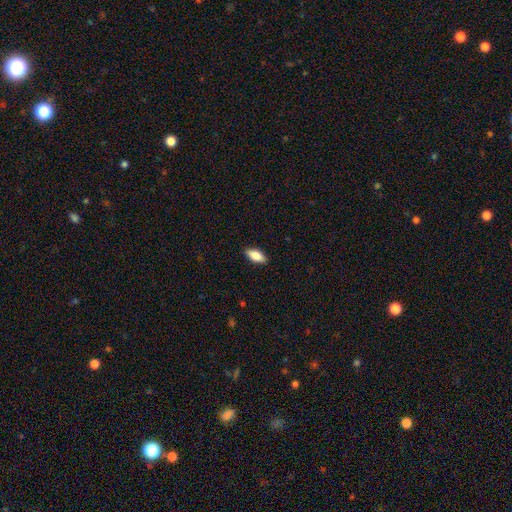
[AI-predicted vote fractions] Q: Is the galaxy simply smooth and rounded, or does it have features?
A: smooth — 78%.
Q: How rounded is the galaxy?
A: in between — 84%.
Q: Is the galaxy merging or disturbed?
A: none — 88%.